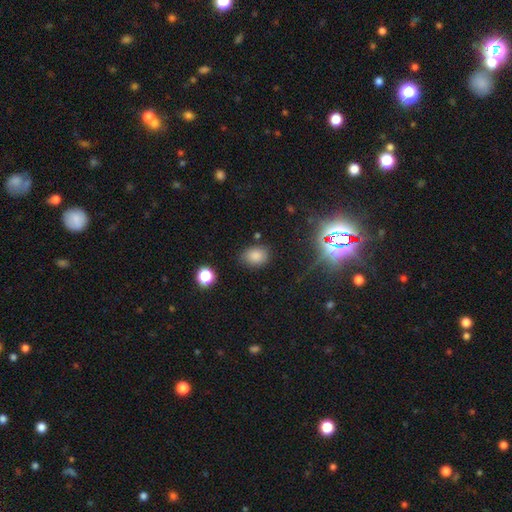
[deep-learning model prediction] Smooth or featured? Predicted: smooth (p=0.80). How rounded? Predicted: in between (p=0.67). Merging? Predicted: none (p=0.79).